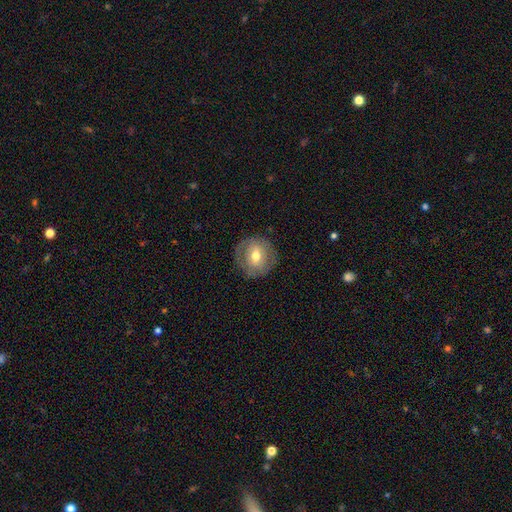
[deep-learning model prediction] Smooth or featured? Predicted: featured or disk (p=0.50). Merging? Predicted: none (p=0.81).